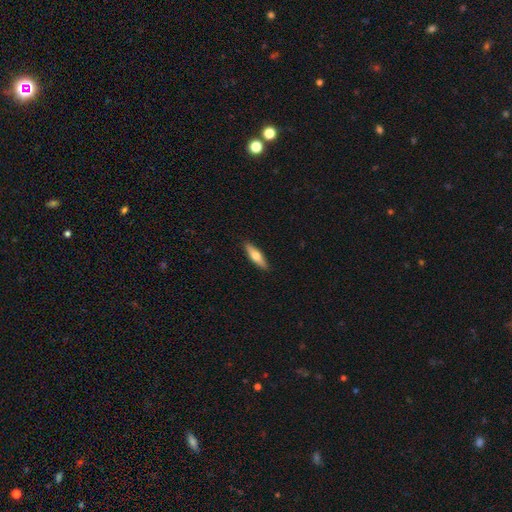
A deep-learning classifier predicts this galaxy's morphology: Overall: smooth (57%; featured or disk 38%). How rounded: cigar-shaped (62%; in between 36%). Merging: none (91%).